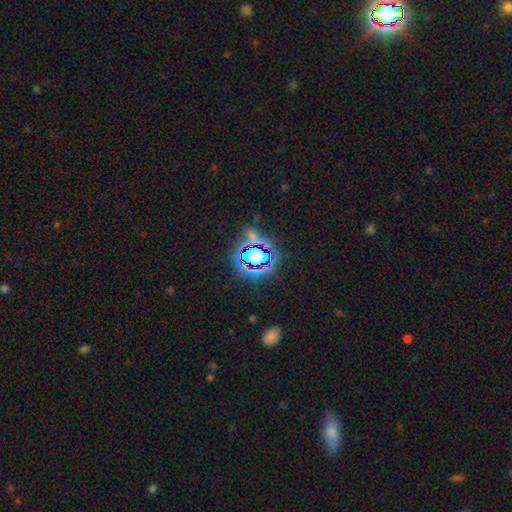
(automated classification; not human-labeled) smooth-or-featured: star or artifact: 76% | smooth: 14% | featured or disk: 9%